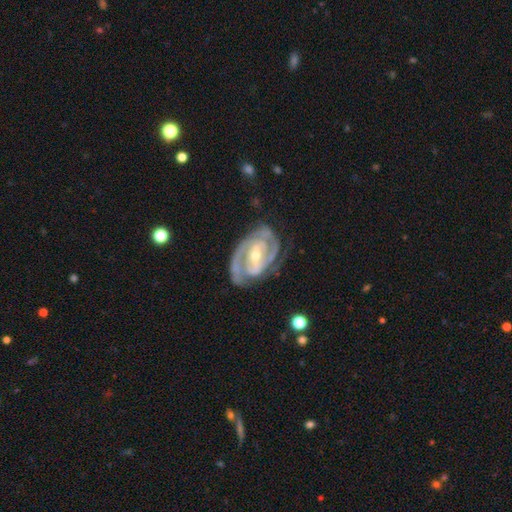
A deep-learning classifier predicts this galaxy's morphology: The model was most divided on "bulge size": small: 49%, moderate: 48%, large: 2%, none: 1%, dominant: 1%. Remaining: edge-on disk — no (96%); spiral arms — yes (96%); smooth or featured — featured or disk (90%); merging — none (72%); spiral arm count — 2 (69%); spiral winding — tight (60%); bar — strong (44%).